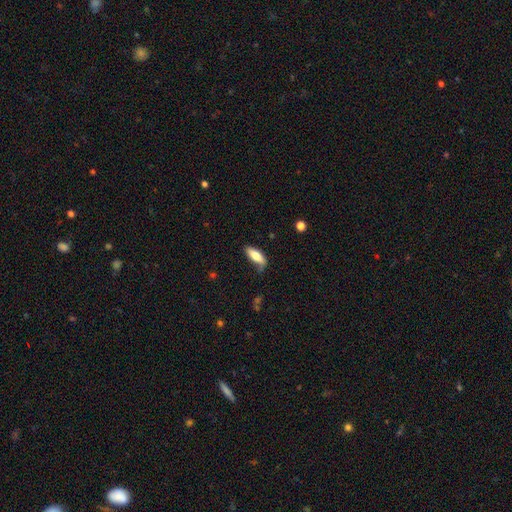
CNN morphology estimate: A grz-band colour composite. It shows a smooth galaxy with no disk features (77%) that is in between round and cigar-shaped (67%). Merging: none (58%).